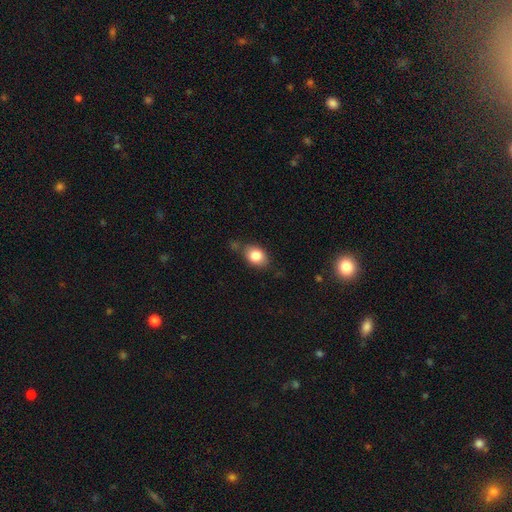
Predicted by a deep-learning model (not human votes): A smooth galaxy with no disk features (81%) that is in between round and cigar-shaped (69%). Merging: none (68%).